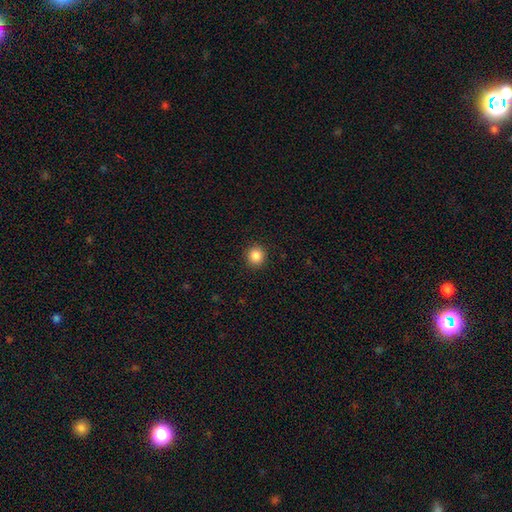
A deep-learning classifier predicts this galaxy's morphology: smooth 86%, star or artifact 10%, featured or disk 4%. Down the decision tree: how rounded — round (92%); merging — none (92%).